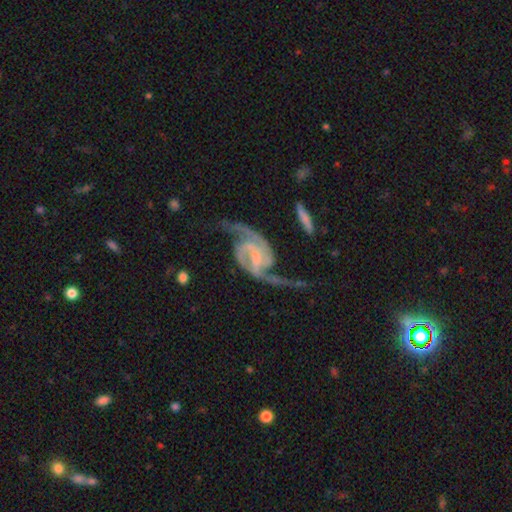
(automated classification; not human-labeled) Smooth or featured? Predicted: featured or disk (p=0.92). Edge-on disk? Predicted: no (p=0.97). Bar? Predicted: weak (p=0.49). Spiral arms? Predicted: yes (p=0.98). Spiral winding? Predicted: medium (p=0.47). Spiral arm count? Predicted: 2 (p=0.90). Bulge size? Predicted: small (p=0.38). Merging? Predicted: none (p=0.57).